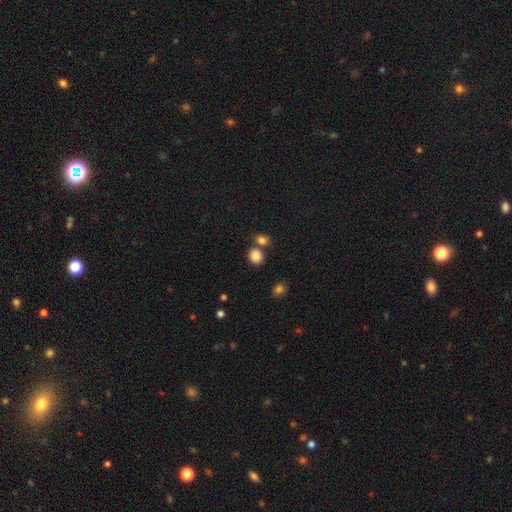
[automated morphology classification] This appears to be a smooth galaxy with no disk features (85%) that is round (69%). Merging: none (63%).